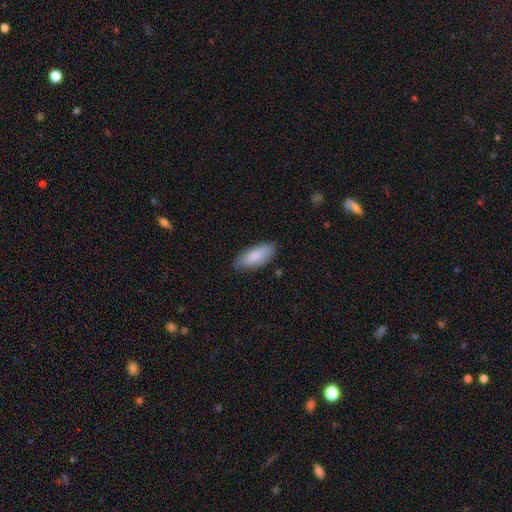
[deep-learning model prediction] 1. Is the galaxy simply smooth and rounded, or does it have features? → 83% smooth, 11% featured or disk, 6% star or artifact.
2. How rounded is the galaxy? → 80% in between, 19% cigar-shaped, 2% round.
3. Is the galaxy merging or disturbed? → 84% none, 13% minor disturbance, 2% major disturbance, 1% merger.